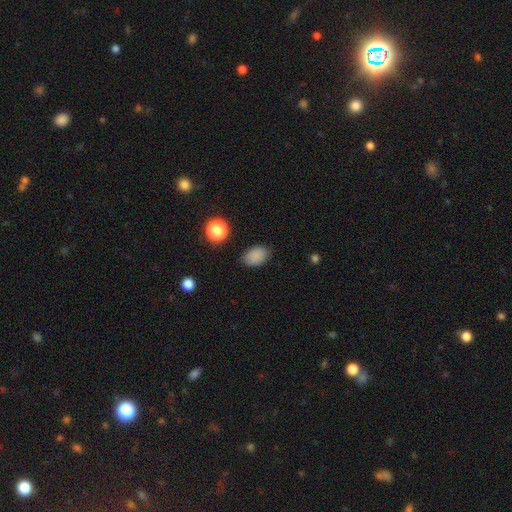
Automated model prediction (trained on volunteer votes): A smooth galaxy with no disk features (86%) that is in between round and cigar-shaped (85%).

Vote fractions:
- Smooth or featured? smooth: 86% / star or artifact: 11% / featured or disk: 4%
- How rounded? in between: 85% / round: 14% / cigar-shaped: 1%
- Merging? none: 83% / minor disturbance: 13% / major disturbance: 3% / merger: 1%